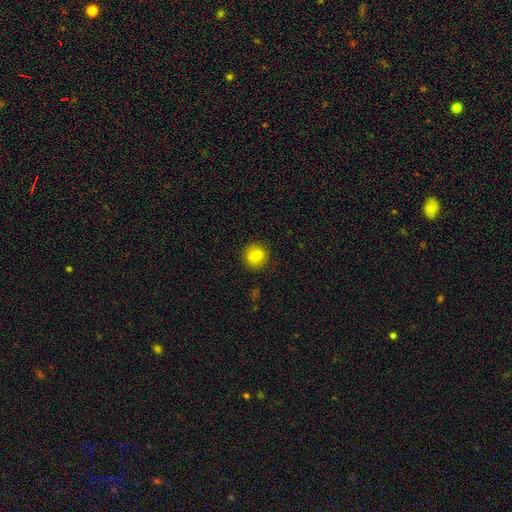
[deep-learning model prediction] smooth 81%, star or artifact 10%, featured or disk 9%. Down the decision tree: how rounded — round (90%); merging — none (91%).